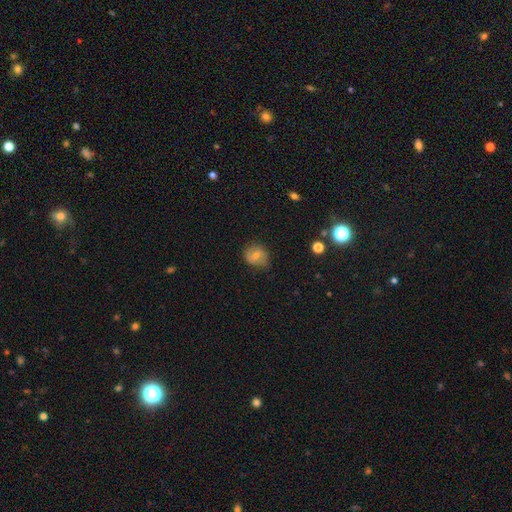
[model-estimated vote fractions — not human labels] smooth-or-featured: smooth: 55% | featured or disk: 36% | star or artifact: 10%
  how-rounded: round: 67% | in between: 31% | cigar-shaped: 1%
  merging: none: 70% | minor disturbance: 23% | major disturbance: 6% | merger: 1%